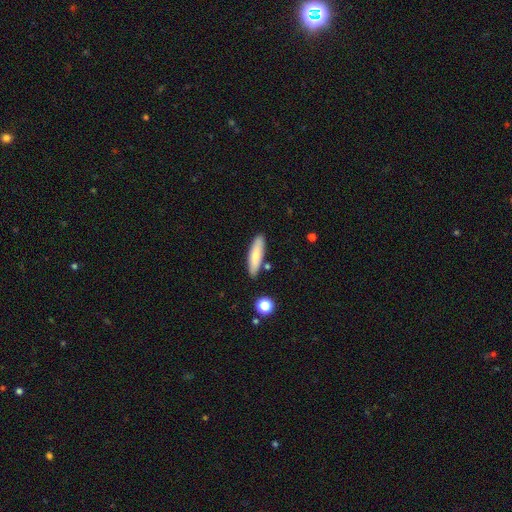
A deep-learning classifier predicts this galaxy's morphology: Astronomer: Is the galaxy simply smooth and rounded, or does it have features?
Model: smooth — 76%.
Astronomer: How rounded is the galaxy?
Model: cigar-shaped — 69%.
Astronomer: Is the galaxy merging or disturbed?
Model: none — 83%.